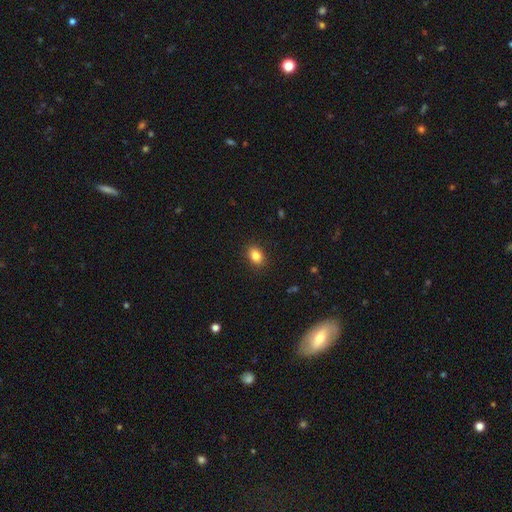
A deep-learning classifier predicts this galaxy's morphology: This appears to be a smooth galaxy with no disk features (85%) that is in between round and cigar-shaped (72%). Merging: none (89%).